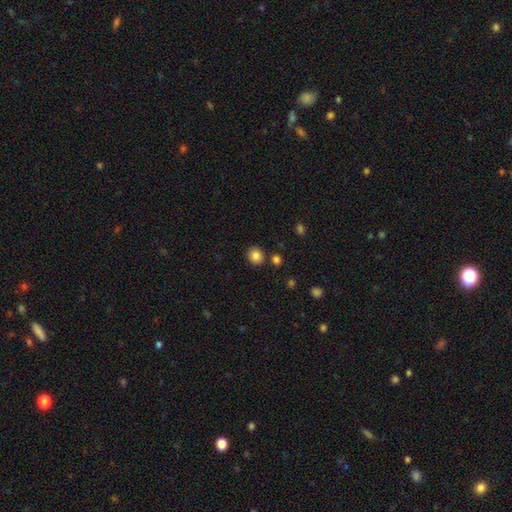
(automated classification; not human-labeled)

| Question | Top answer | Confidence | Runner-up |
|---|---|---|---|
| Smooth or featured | smooth | 85% | star or artifact (10%) |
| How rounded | round | 75% | in between (24%) |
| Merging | none | 85% | minor disturbance (8%) |